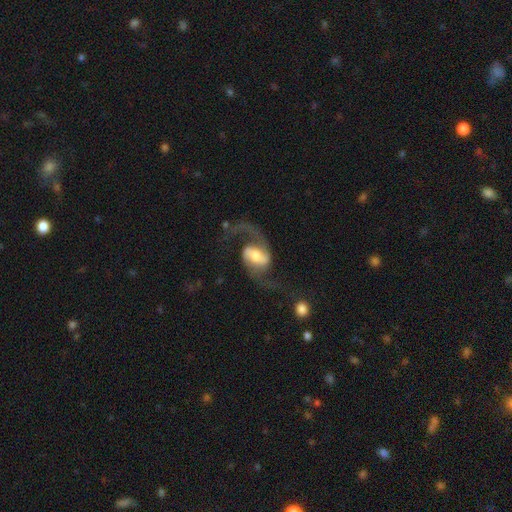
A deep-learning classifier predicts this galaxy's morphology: smooth_or_featured: featured or disk (p=0.87) [alt: smooth p=0.08]
disk_edge_on: no (p=0.97) [alt: yes p=0.03]
bar: weak (p=0.45) [alt: strong p=0.29]
has_spiral_arms: yes (p=0.96) [alt: no p=0.04]
spiral_winding: loose (p=0.70) [alt: medium p=0.25]
spiral_arm_count: 2 (p=0.89) [alt: 1 p=0.07]
bulge_size: moderate (p=0.51) [alt: large p=0.22]
merging: none (p=0.60) [alt: major disturbance p=0.22]